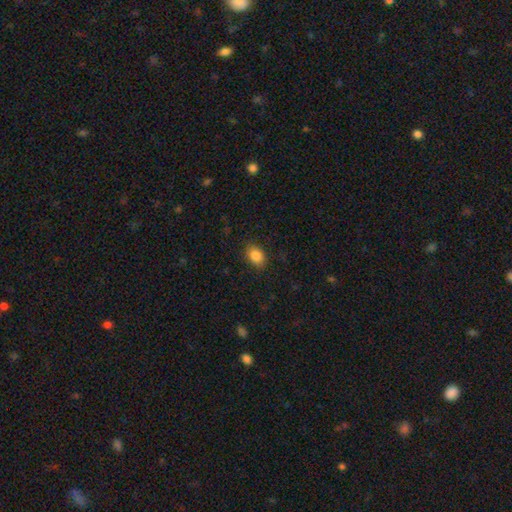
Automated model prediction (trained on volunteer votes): Q: Smooth or featured?
A: smooth (86%); runner-up: star or artifact (9%)
Q: How rounded?
A: in between (78%); runner-up: round (21%)
Q: Merging?
A: none (87%); runner-up: minor disturbance (10%)